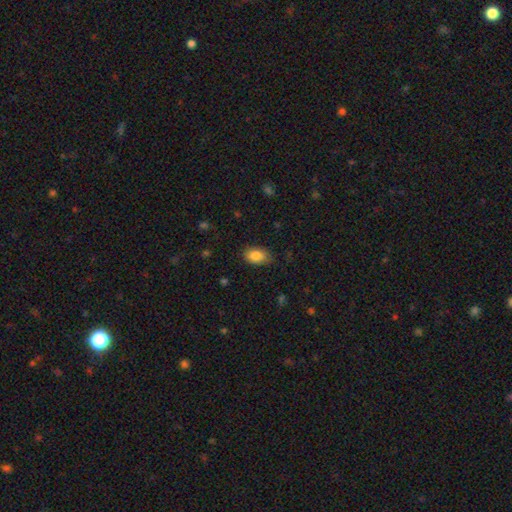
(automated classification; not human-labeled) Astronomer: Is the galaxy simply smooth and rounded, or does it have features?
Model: smooth — 86%.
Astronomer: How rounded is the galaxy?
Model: in between — 89%.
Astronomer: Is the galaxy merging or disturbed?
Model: none — 81%.